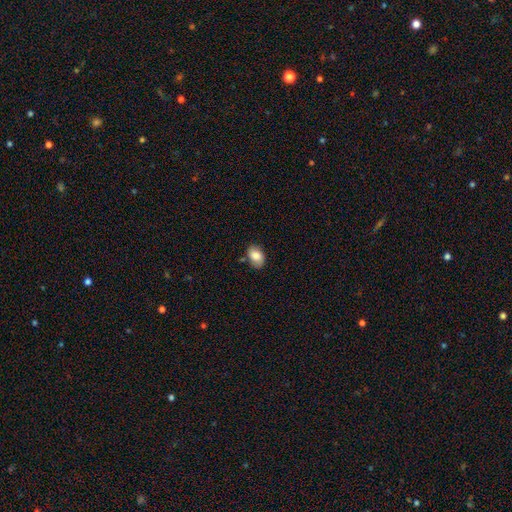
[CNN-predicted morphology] A smooth galaxy with no disk features (83%) that is in between round and cigar-shaped (85%).

Vote fractions:
- Smooth or featured? smooth: 83% / featured or disk: 10% / star or artifact: 7%
- How rounded? in between: 85% / round: 14% / cigar-shaped: 1%
- Merging? none: 76% / minor disturbance: 18% / merger: 3% / major disturbance: 3%